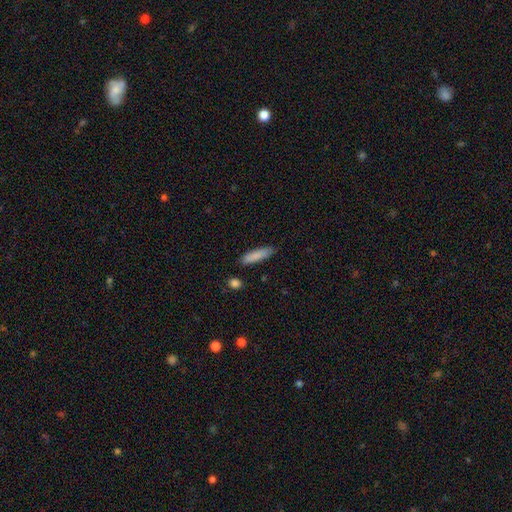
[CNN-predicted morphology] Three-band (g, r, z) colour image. It shows a smooth galaxy with no disk features (86%) that is cigar-shaped (70%). Merging: none (80%).